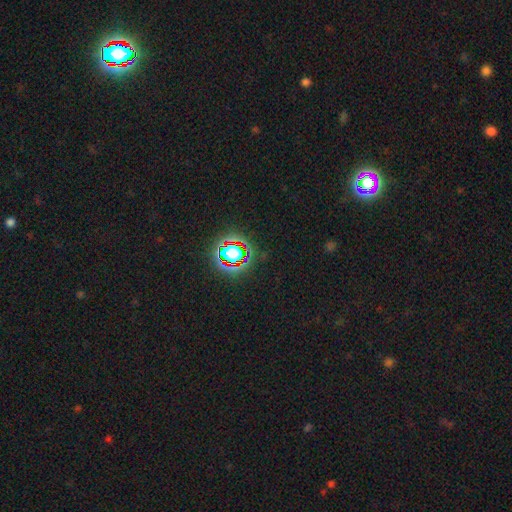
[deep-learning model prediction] This is likely a star or artifact rather than a galaxy (80%).